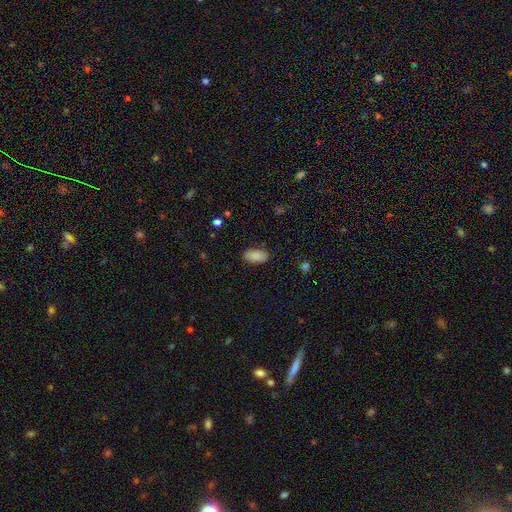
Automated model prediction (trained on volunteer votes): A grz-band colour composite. It shows a smooth galaxy with no disk features (89%) that is in between round and cigar-shaped (93%). Merging: none (85%).